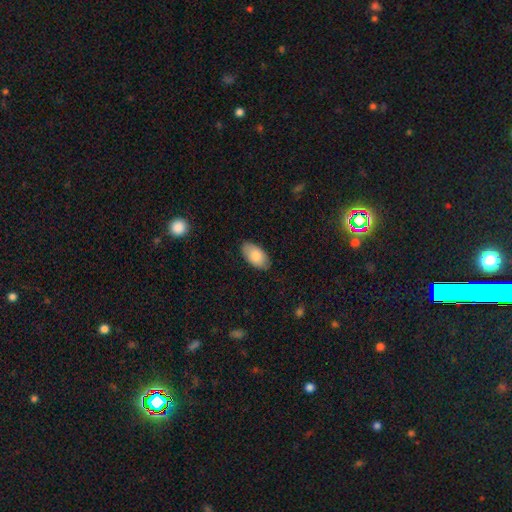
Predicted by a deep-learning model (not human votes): Morphology: type=smooth (82%); roundness=in between (95%); merging=none (85%).